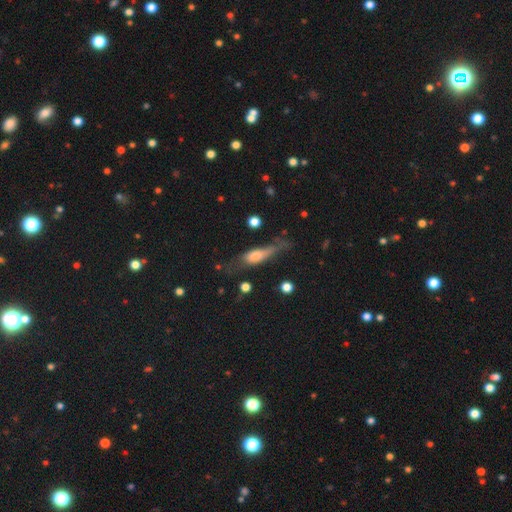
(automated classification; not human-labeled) A smooth galaxy with no disk features (55%) that is cigar-shaped (58%). Merging: none (42%).